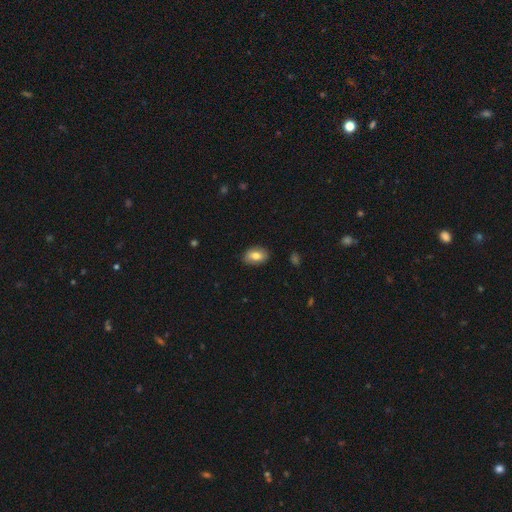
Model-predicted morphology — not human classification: A smooth galaxy with no disk features (77%) that is in between round and cigar-shaped (87%). Merging: none (86%).